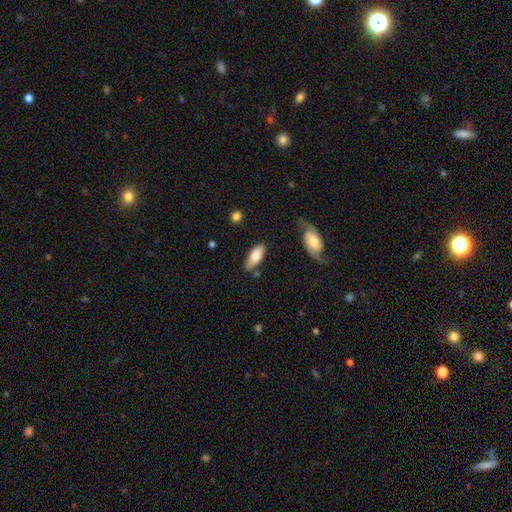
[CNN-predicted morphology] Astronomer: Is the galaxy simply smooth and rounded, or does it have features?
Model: smooth — 75%.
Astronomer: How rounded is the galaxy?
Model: in between — 81%.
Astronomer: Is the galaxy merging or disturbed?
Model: none — 72%.